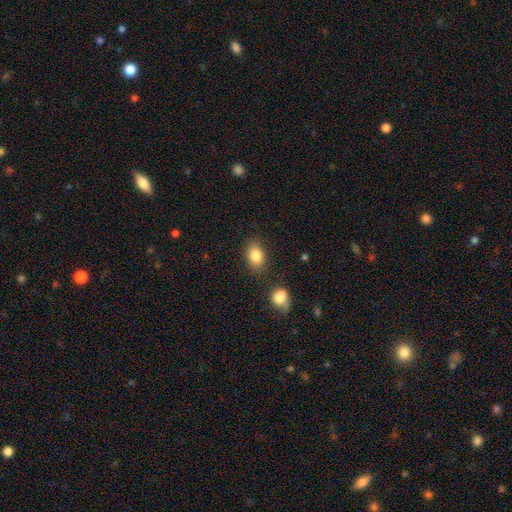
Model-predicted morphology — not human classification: A smooth galaxy with no disk features (84%) that is in between round and cigar-shaped (77%).

Vote fractions:
- Smooth or featured? smooth: 84% / star or artifact: 8% / featured or disk: 7%
- How rounded? in between: 77% / round: 22% / cigar-shaped: 1%
- Merging? none: 78% / minor disturbance: 13% / merger: 6% / major disturbance: 4%